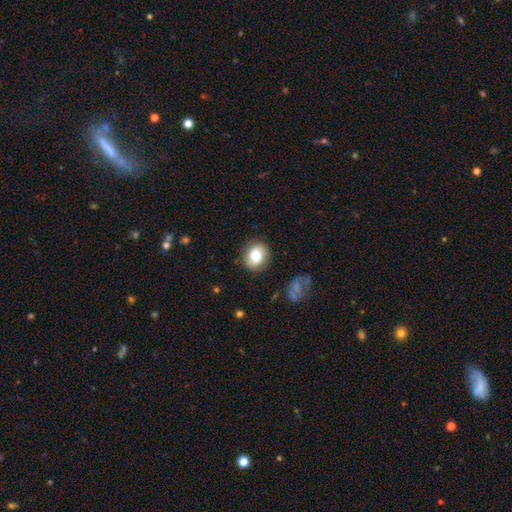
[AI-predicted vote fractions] The model was most divided on "how rounded": round: 63%, in between: 36%, cigar-shaped: 1%. More confident: merging — none (85%); smooth or featured — smooth (74%).